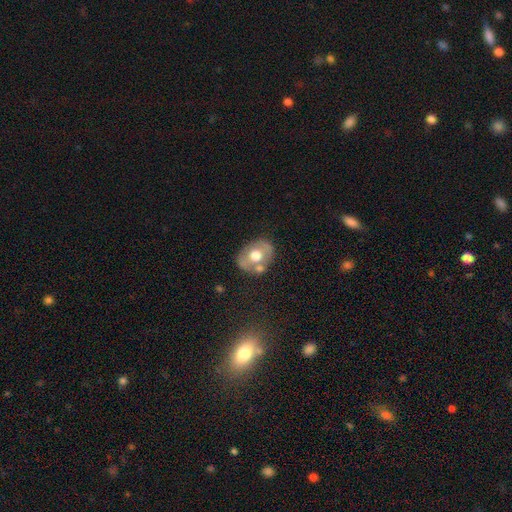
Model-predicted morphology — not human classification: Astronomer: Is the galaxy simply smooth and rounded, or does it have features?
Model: smooth — 51% (runner-up: featured or disk, 41%).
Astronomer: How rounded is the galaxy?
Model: in between — 57% (runner-up: round, 42%).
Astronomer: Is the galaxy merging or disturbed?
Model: none — 65%.